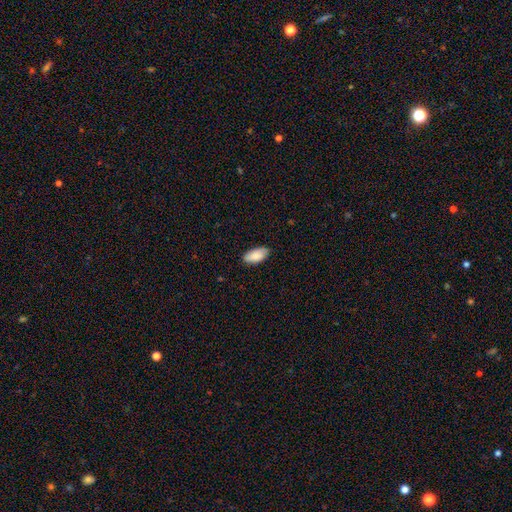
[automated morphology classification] Q: Smooth or featured?
A: smooth (87%); runner-up: featured or disk (7%)
Q: How rounded?
A: in between (94%); runner-up: cigar-shaped (4%)
Q: Merging?
A: none (83%); runner-up: minor disturbance (14%)